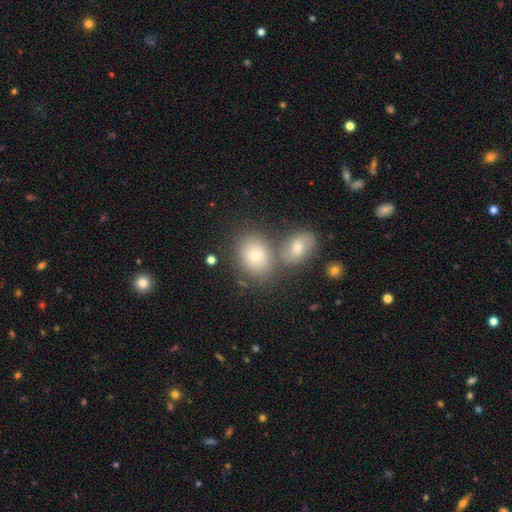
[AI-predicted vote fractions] Smooth or featured? smooth (80%)
How rounded? in between (60%)
Merging? none (58%)